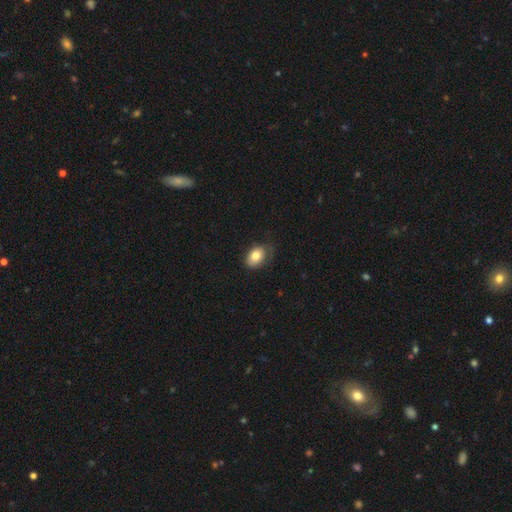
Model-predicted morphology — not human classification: This appears to be a smooth galaxy with no disk features (79%) that is in between round and cigar-shaped (80%). Merging: none (62%).